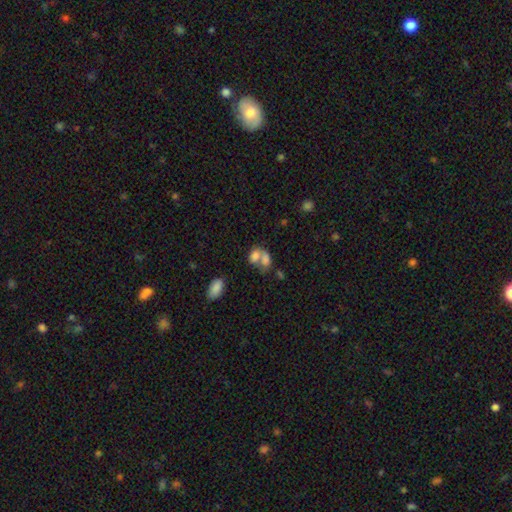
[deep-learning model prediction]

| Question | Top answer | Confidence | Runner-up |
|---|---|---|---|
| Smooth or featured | smooth | 73% | featured or disk (17%) |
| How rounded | in between | 77% | round (21%) |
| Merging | merger | 67% | none (19%) |